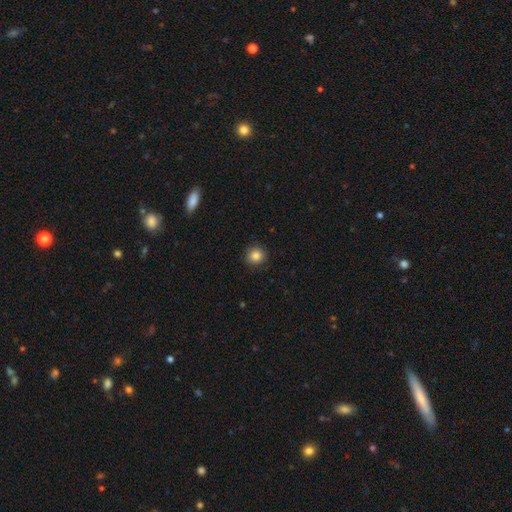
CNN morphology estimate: Q: Smooth or featured?
A: smooth (85%); runner-up: star or artifact (10%)
Q: How rounded?
A: round (92%); runner-up: in between (7%)
Q: Merging?
A: none (90%); runner-up: minor disturbance (7%)